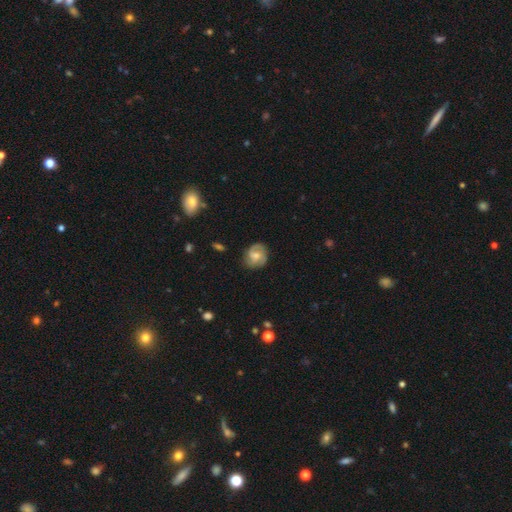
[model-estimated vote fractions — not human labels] featured or disk 57%, smooth 36%, star or artifact 8%. Down the decision tree: edge-on disk — no (97%); bar — no (51%); spiral arms — yes (88%); bulge size — moderate (53%); merging — none (75%).